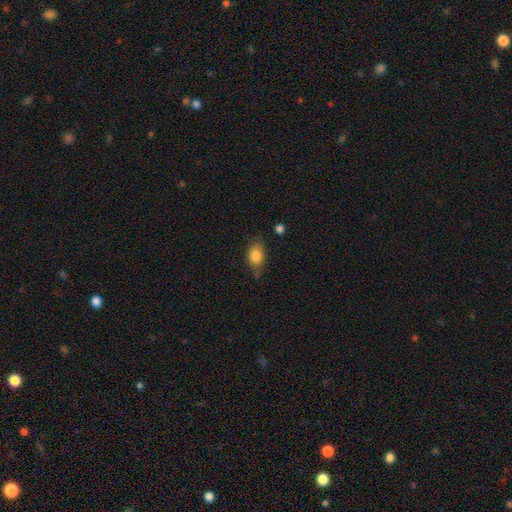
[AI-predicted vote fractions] Smooth or featured? smooth (79%)
How rounded? in between (78%)
Merging? none (59%)